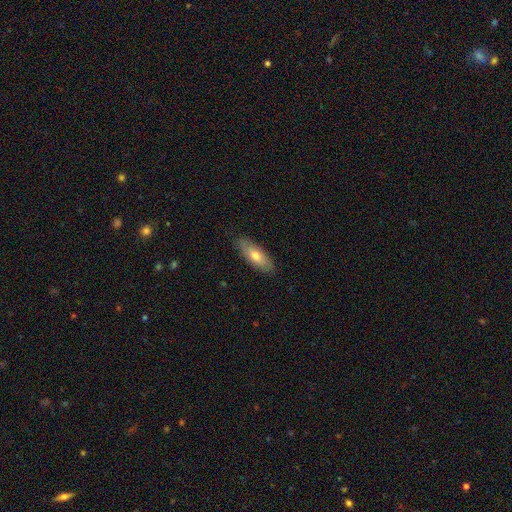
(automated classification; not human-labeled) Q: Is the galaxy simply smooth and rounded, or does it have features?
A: smooth — 69%.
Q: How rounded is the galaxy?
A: in between — 67%.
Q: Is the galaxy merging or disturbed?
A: none — 86%.